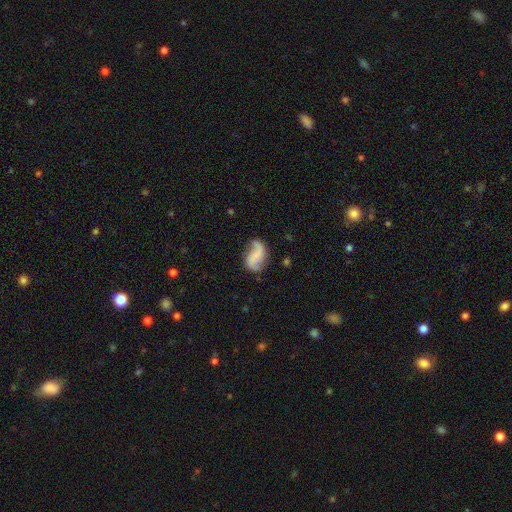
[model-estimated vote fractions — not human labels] This is likely a featured or disk galaxy (74%). It is clearly not viewed edge-on (98%). Bar: possibly no (52%). Spiral arm pattern: clearly yes (94%). Spiral arm count: clearly 2 (91%). Spiral winding: likely loose (67%). Central bulge: possibly none (51%). Merging: likely none (70%).